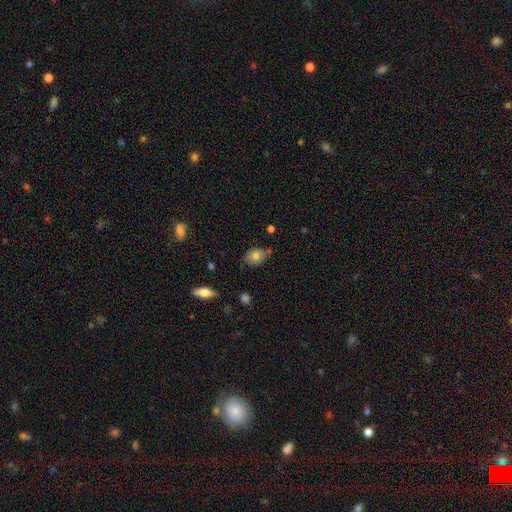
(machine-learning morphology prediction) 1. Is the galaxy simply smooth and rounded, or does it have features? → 79% smooth, 13% featured or disk, 9% star or artifact.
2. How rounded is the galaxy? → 72% in between, 26% round, 1% cigar-shaped.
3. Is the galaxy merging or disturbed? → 73% none, 19% minor disturbance, 4% merger, 3% major disturbance.